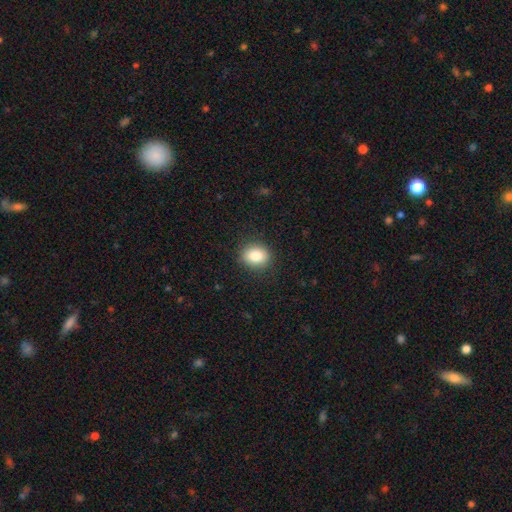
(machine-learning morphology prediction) smooth-or-featured: smooth: 84% | star or artifact: 9% | featured or disk: 6%
  how-rounded: round: 60% | in between: 40% | cigar-shaped: 1%
  merging: none: 88% | minor disturbance: 8% | major disturbance: 2% | merger: 1%